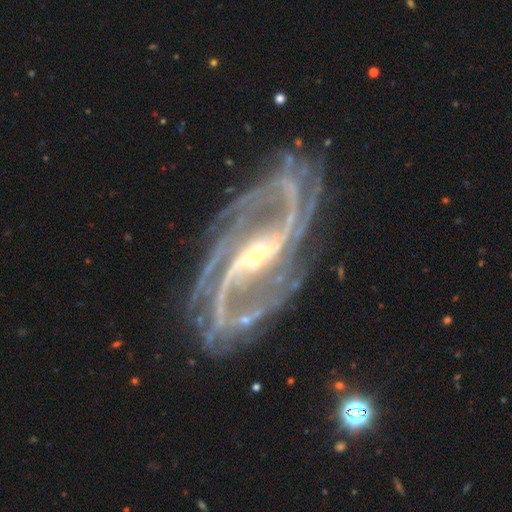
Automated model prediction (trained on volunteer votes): featured or disk 93%, star or artifact 5%, smooth 2%. Down the decision tree: edge-on disk — no (97%); bar — strong (62%); spiral arms — yes (98%); spiral arm count — 2 (68%); spiral winding — medium (49%); bulge size — small (62%); merging — none (66%).